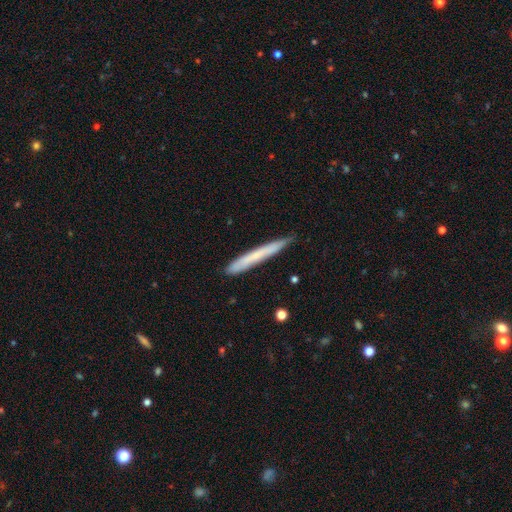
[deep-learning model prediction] Smooth or featured?
  - smooth: 61% *
  - featured or disk: 33%
  - star or artifact: 6%
How rounded?
  - cigar-shaped: 97% *
  - in between: 2%
  - round: 1%
Merging?
  - none: 84% *
  - minor disturbance: 13%
  - major disturbance: 2%
  - merger: 1%